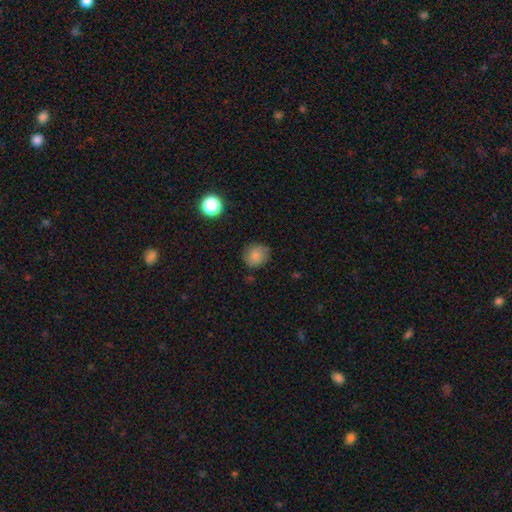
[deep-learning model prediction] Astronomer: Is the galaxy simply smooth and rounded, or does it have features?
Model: smooth — 81%.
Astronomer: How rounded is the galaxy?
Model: round — 83%.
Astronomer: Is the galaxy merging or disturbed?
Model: none — 78%.